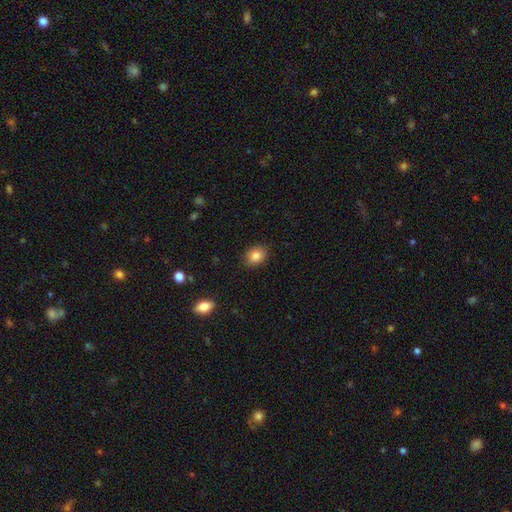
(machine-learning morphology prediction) Smooth or featured? Predicted: smooth (p=0.84). How rounded? Predicted: in between (p=0.64). Merging? Predicted: none (p=0.87).